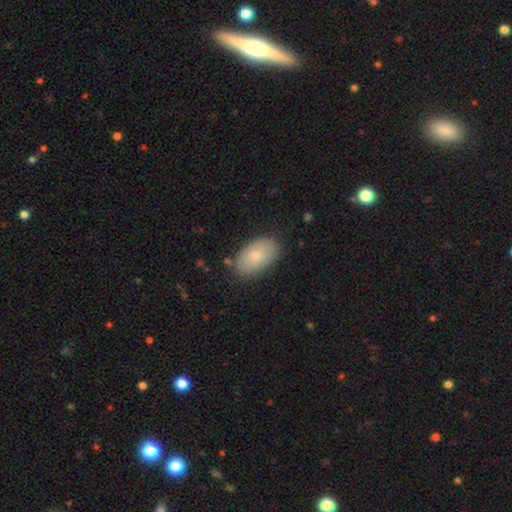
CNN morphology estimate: This appears to be a smooth galaxy with no disk features (78%) that is in between round and cigar-shaped (94%). Merging: none (83%).